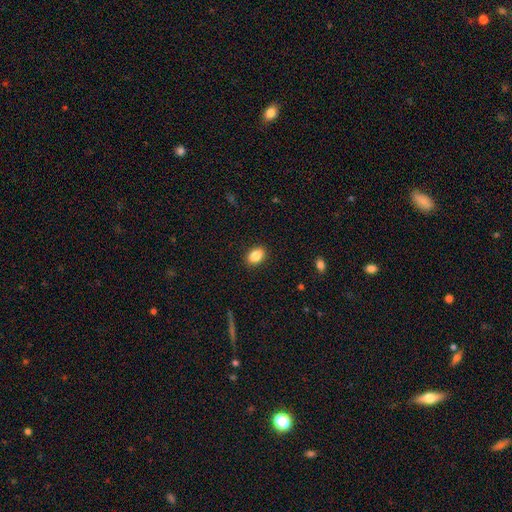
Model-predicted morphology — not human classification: smooth-or-featured: smooth: 86% | star or artifact: 8% | featured or disk: 6%
  how-rounded: in between: 85% | round: 14% | cigar-shaped: 1%
  merging: none: 90% | minor disturbance: 7% | major disturbance: 2% | merger: 1%